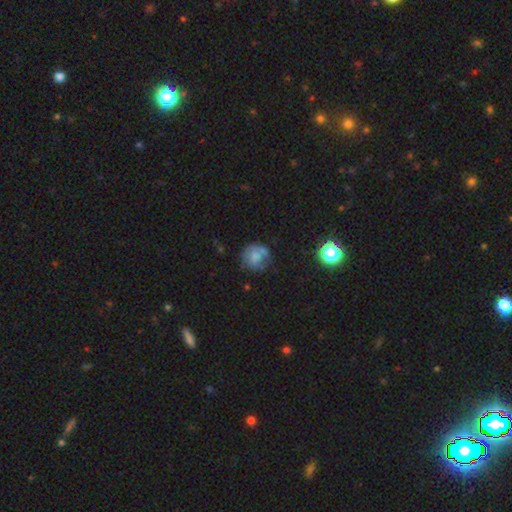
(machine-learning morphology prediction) type=smooth (59%); roundness=round (84%); merging=none (55%).